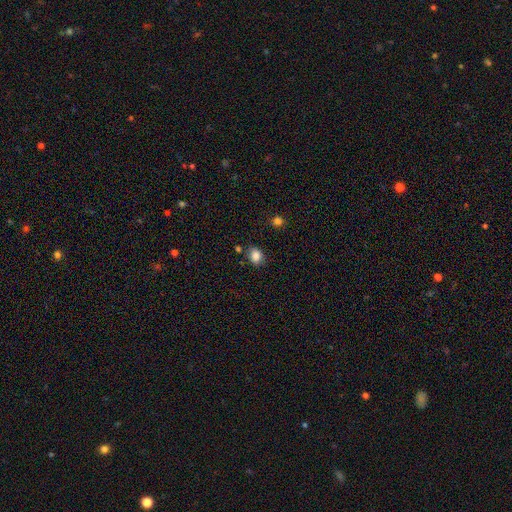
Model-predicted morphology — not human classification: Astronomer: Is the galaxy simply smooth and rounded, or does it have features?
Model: smooth — 85%.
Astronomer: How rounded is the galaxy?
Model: in between — 56% (runner-up: round, 43%).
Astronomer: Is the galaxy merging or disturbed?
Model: none — 79%.